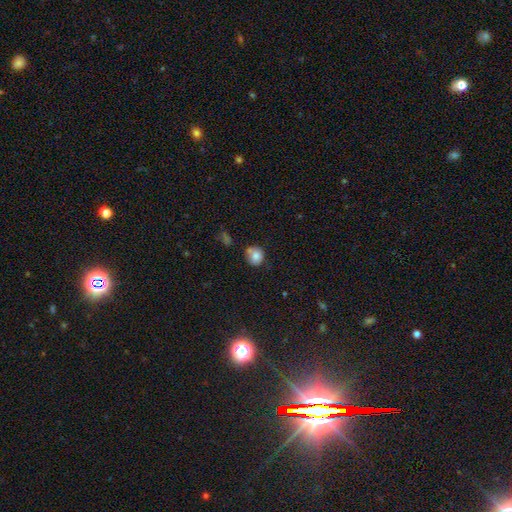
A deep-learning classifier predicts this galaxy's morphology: Smooth or featured? Predicted: smooth (p=0.80). How rounded? Predicted: round (p=0.77). Merging? Predicted: none (p=0.58).